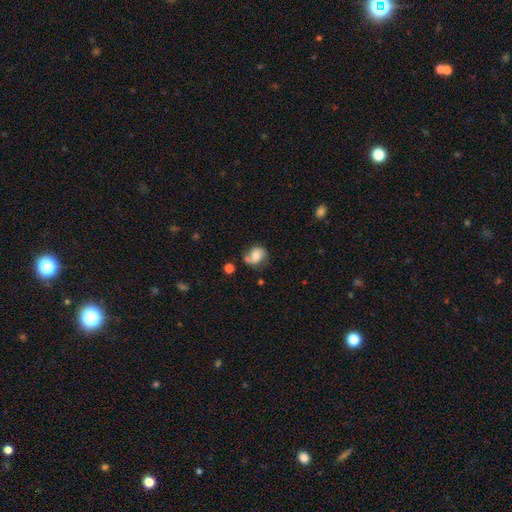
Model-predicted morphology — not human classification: smooth_or_featured: featured or disk (p=0.46) [alt: smooth p=0.45]
merging: none (p=0.54) [alt: minor disturbance p=0.24]